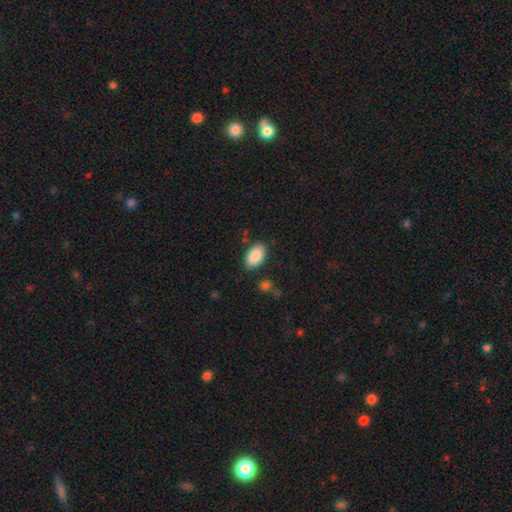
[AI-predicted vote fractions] smooth 88%, star or artifact 7%, featured or disk 5%. Down the decision tree: how rounded — in between (94%); merging — none (82%).